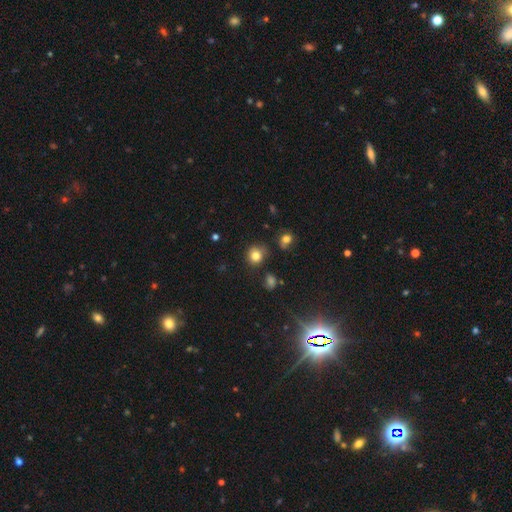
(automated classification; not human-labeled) This appears to be a smooth galaxy with no disk features (80%) that is round (83%). Merging: none (76%).